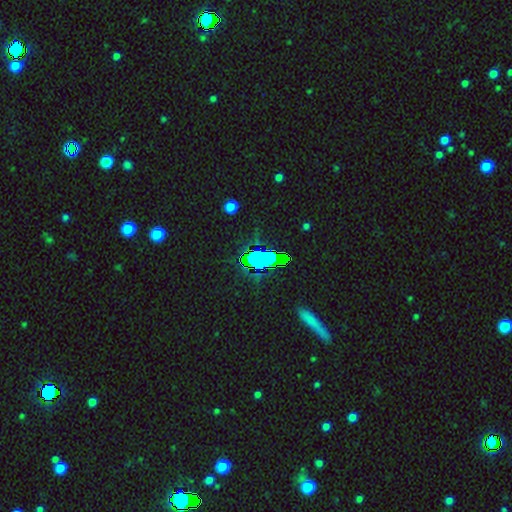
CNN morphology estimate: star or artifact 69%, smooth 21%, featured or disk 10%.